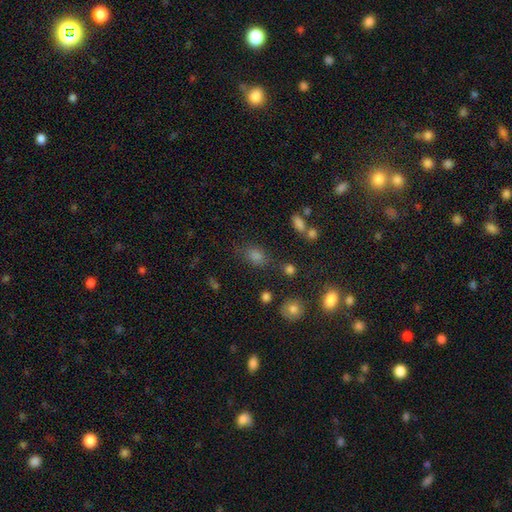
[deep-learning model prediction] This is likely a smooth galaxy (72%). How rounded: likely in between (69%). Merging: likely none (71%).